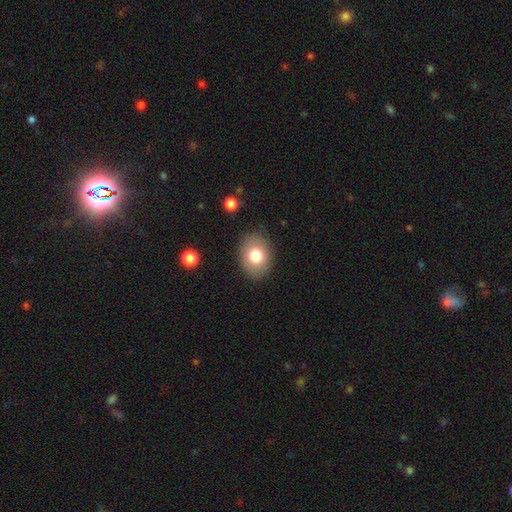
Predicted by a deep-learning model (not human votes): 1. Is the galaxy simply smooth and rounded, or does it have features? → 78% smooth, 14% featured or disk, 8% star or artifact.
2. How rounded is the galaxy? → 63% in between, 36% round, 1% cigar-shaped.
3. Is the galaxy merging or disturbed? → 85% none, 11% minor disturbance, 3% major disturbance, 1% merger.